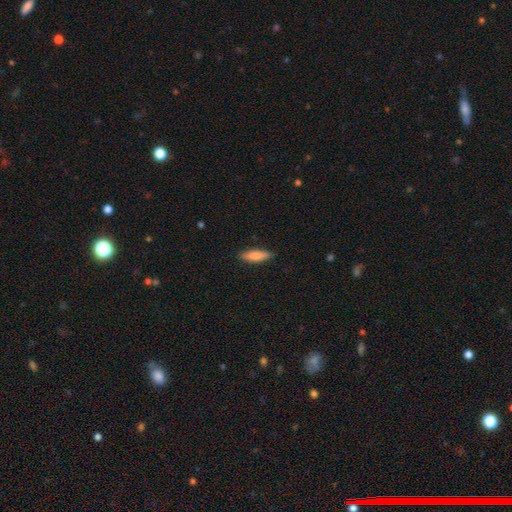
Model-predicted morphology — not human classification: Overall: smooth (80%). How rounded: cigar-shaped (62%; in between 36%). Merging: none (88%).